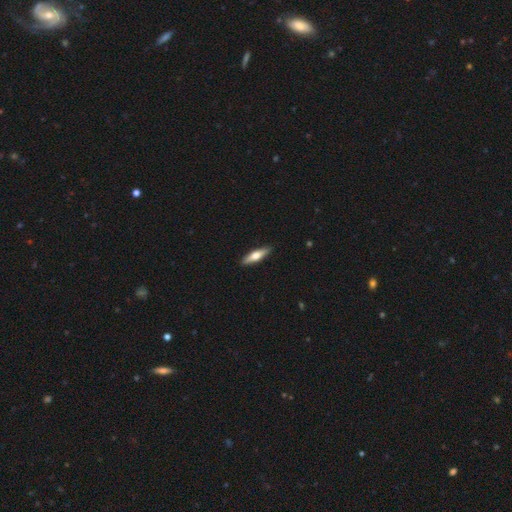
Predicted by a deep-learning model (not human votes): smooth-or-featured: smooth: 50% | featured or disk: 45% | star or artifact: 5%
  merging: none: 90% | minor disturbance: 7% | major disturbance: 1% | merger: 1%